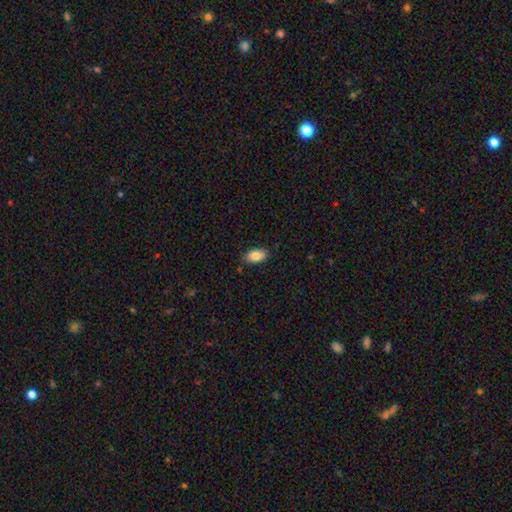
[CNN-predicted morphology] Smooth or featured? smooth (87%)
How rounded? in between (92%)
Merging? none (83%)